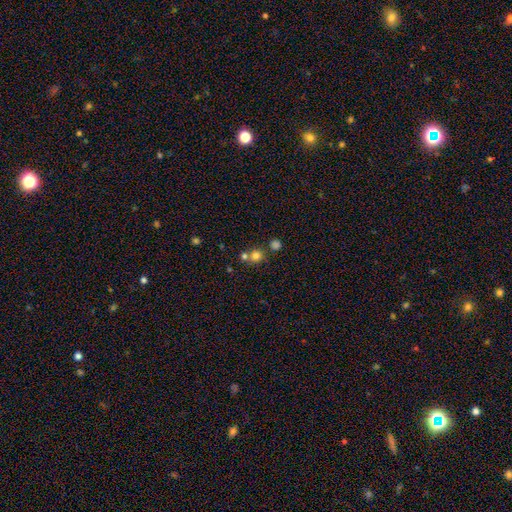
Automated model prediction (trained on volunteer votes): A smooth galaxy with no disk features (76%) that is round (87%).

Vote fractions:
- Smooth or featured? smooth: 76% / star or artifact: 16% / featured or disk: 8%
- How rounded? round: 87% / in between: 12% / cigar-shaped: 1%
- Merging? none: 59% / merger: 30% / minor disturbance: 7% / major disturbance: 3%